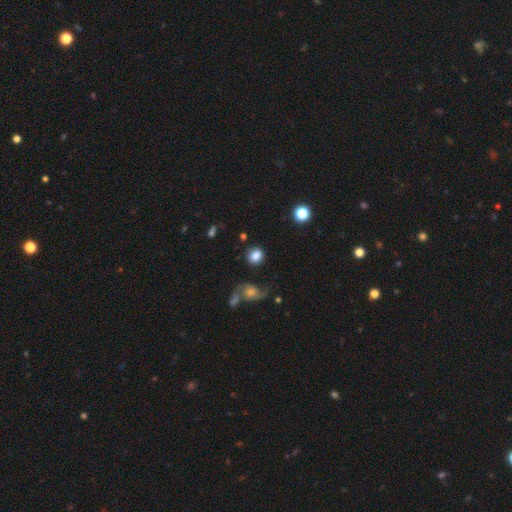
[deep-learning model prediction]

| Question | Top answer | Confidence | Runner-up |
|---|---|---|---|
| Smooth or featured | smooth | 83% | star or artifact (10%) |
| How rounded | round | 77% | in between (22%) |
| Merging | none | 77% | minor disturbance (12%) |